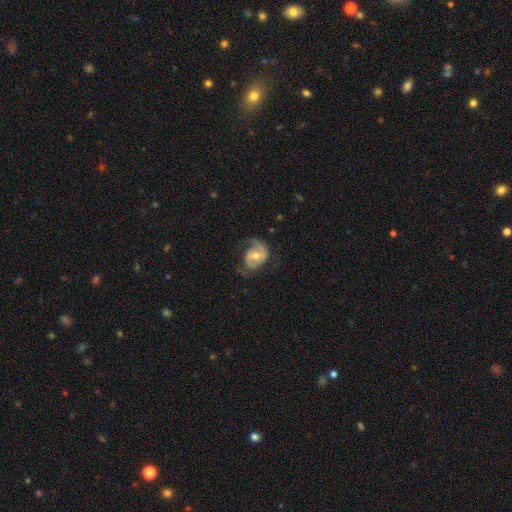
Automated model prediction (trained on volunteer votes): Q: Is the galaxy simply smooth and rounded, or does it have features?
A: featured or disk — 78%.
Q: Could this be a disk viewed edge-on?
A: no — 97%.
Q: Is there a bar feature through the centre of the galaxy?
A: no — 56%.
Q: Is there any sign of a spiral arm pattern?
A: yes — 91%.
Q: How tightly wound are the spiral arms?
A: medium — 44%.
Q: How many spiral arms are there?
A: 2 — 58%.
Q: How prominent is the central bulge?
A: moderate — 66%.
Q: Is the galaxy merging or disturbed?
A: none — 54%.